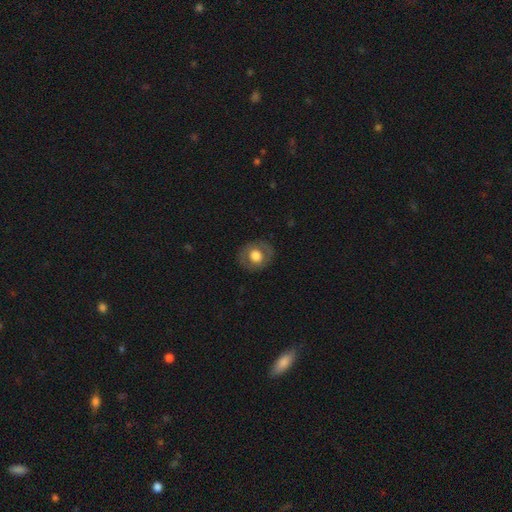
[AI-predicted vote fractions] Q: Smooth or featured?
A: smooth (60%); runner-up: featured or disk (32%)
Q: How rounded?
A: round (77%); runner-up: in between (22%)
Q: Merging?
A: none (83%); runner-up: minor disturbance (12%)